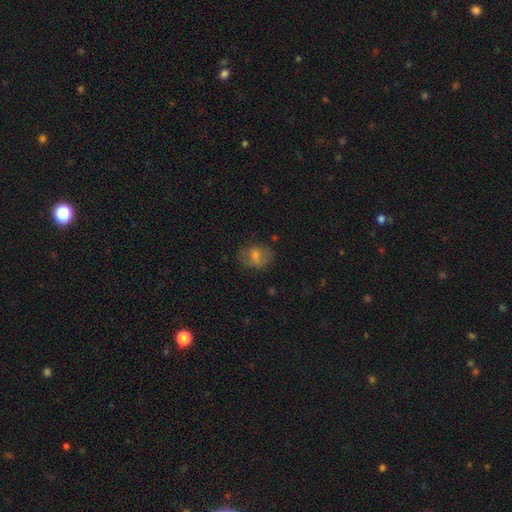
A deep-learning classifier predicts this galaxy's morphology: The model was most divided on "how rounded": in between: 50%, round: 48%, cigar-shaped: 1%. More confident: merging — none (69%); smooth or featured — smooth (63%).